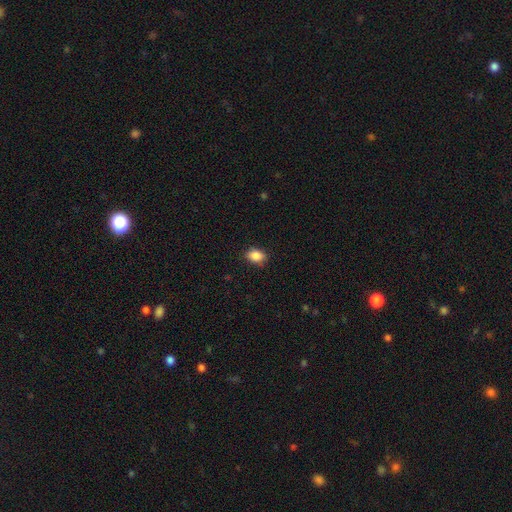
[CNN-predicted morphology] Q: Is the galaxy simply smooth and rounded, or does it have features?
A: smooth — 87%.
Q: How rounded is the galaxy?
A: in between — 76%.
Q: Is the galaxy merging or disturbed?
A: none — 83%.